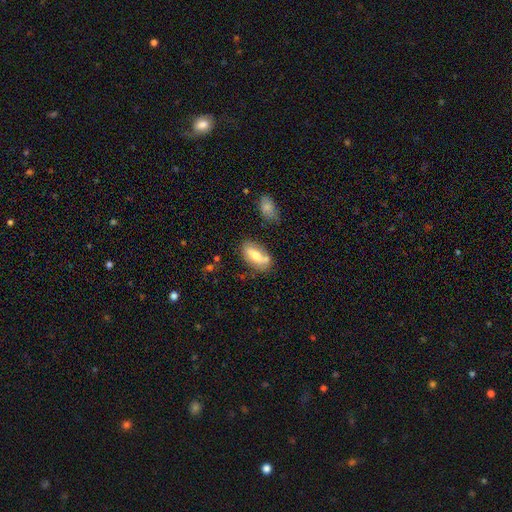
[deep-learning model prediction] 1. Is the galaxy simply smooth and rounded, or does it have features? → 62% smooth, 30% featured or disk, 7% star or artifact.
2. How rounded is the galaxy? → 84% in between, 13% cigar-shaped, 4% round.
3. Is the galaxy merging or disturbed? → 65% none, 19% minor disturbance, 11% merger, 5% major disturbance.